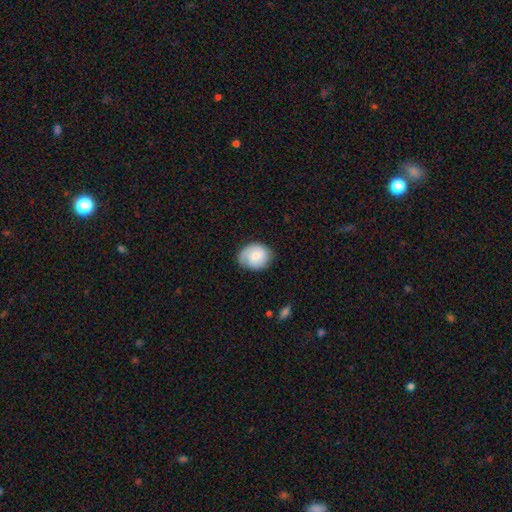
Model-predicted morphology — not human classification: Overall: smooth (56%; featured or disk 37%). How rounded: round (61%; in between 38%). Merging: none (73%).